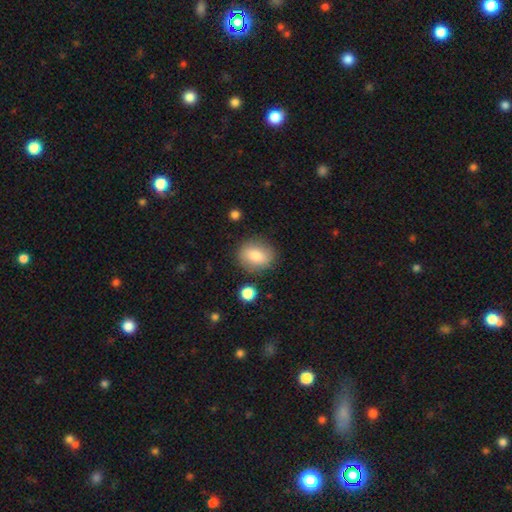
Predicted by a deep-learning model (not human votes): Smooth or featured? Predicted: smooth (p=0.80). How rounded? Predicted: round (p=0.57). Merging? Predicted: none (p=0.82).